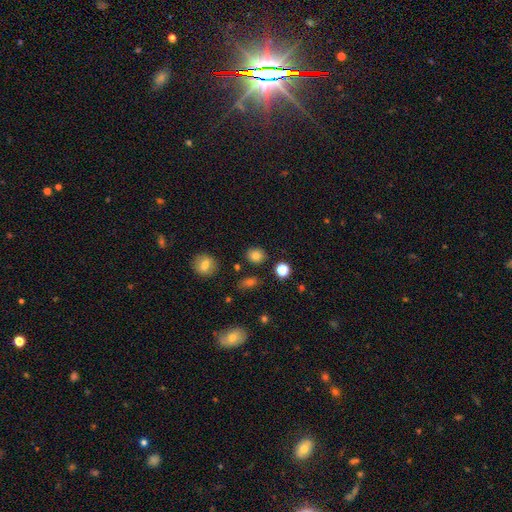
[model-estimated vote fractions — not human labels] Smooth or featured?
  - smooth: 80% *
  - star or artifact: 13%
  - featured or disk: 7%
How rounded?
  - round: 75% *
  - in between: 24%
  - cigar-shaped: 1%
Merging?
  - none: 86% *
  - minor disturbance: 8%
  - merger: 3%
  - major disturbance: 3%